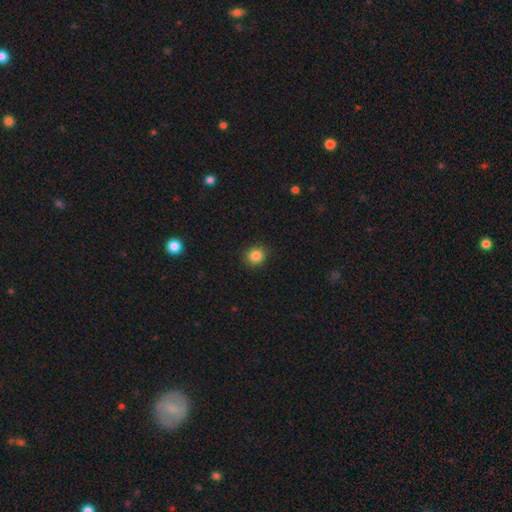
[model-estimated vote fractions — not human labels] Overall: smooth (86%). How rounded: round (89%). Merging: none (89%).